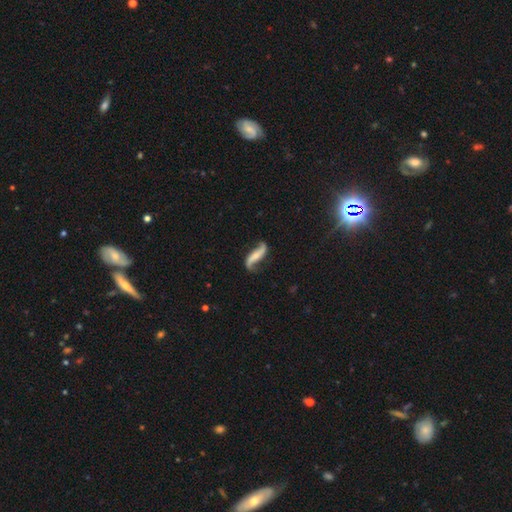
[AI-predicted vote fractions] Smooth or featured: featured or disk — 80% (smooth — 15%)
Edge-on disk: no — 86% (yes — 14%)
Bar: strong — 40% (no — 37%)
Spiral arms: yes — 94% (no — 6%)
Spiral winding: loose — 86% (medium — 10%)
Spiral arm count: 2 — 92% (1 — 3%)
Bulge size: small — 57% (moderate — 30%)
Merging: none — 70% (minor disturbance — 19%)